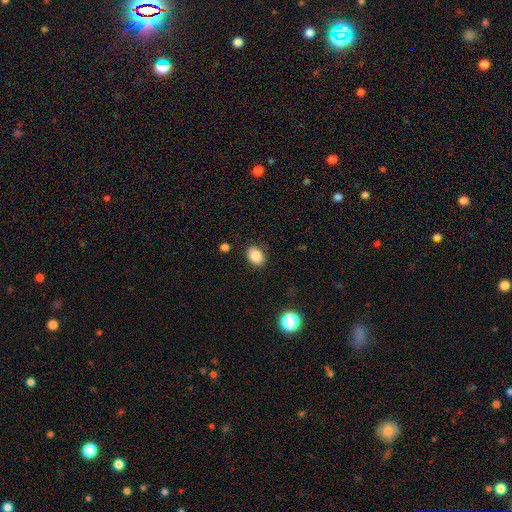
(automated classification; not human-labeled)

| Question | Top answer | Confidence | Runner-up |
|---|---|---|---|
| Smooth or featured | smooth | 85% | star or artifact (9%) |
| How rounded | in between | 73% | round (26%) |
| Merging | none | 85% | minor disturbance (10%) |